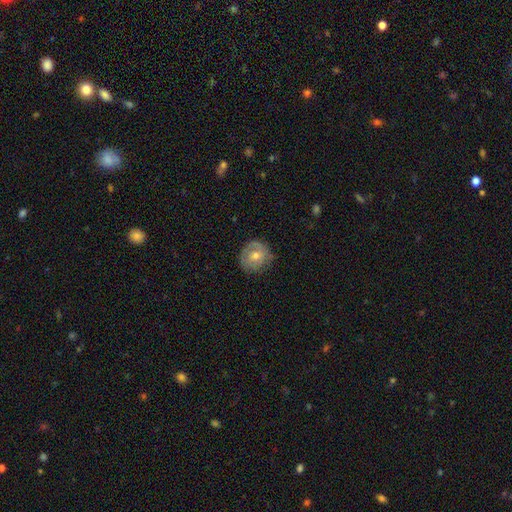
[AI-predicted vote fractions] A featured or disk galaxy (54%) with no bar (79%), spiral arms (66%) and a moderate central bulge (64%). Merging: none (75%).